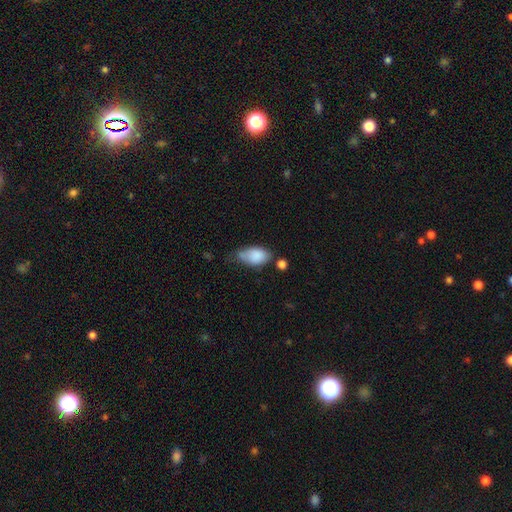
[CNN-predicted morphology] Q: Smooth or featured?
A: smooth (83%); runner-up: featured or disk (9%)
Q: How rounded?
A: in between (90%); runner-up: round (7%)
Q: Merging?
A: none (38%); runner-up: minor disturbance (35%)